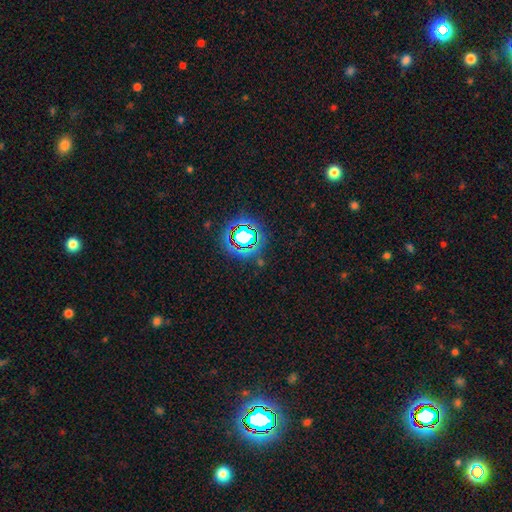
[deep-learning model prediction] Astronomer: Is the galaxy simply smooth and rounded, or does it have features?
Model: star or artifact — 80%.